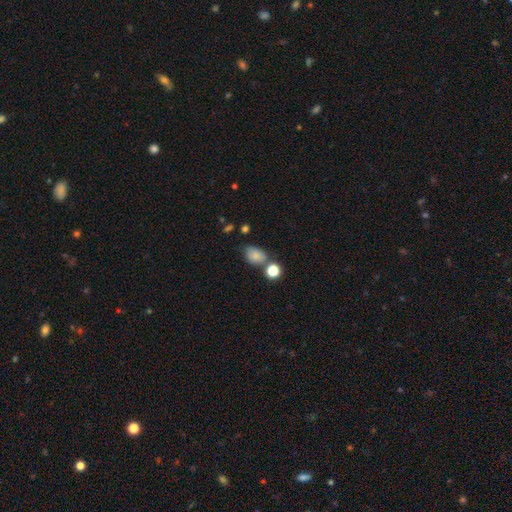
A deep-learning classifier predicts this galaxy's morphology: A smooth galaxy with no disk features (80%) that is in between round and cigar-shaped (76%).

Vote fractions:
- Smooth or featured? smooth: 80% / star or artifact: 11% / featured or disk: 9%
- How rounded? in between: 76% / round: 23% / cigar-shaped: 1%
- Merging? none: 58% / minor disturbance: 20% / merger: 16% / major disturbance: 6%